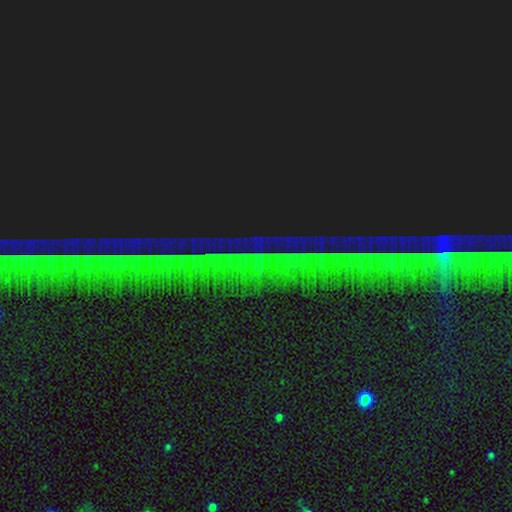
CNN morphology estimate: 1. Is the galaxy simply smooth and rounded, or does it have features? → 88% star or artifact, 6% featured or disk, 5% smooth.